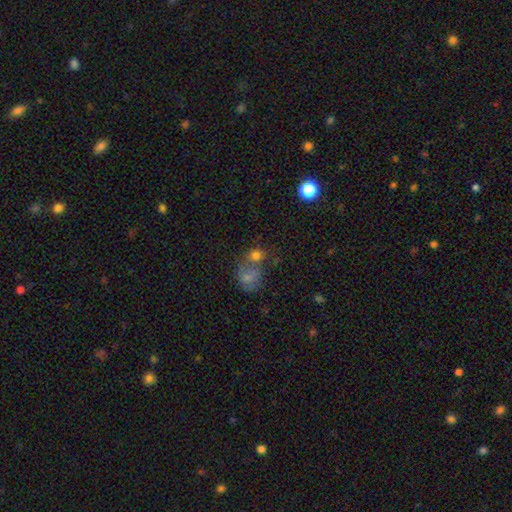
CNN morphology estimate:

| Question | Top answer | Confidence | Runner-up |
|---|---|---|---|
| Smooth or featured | smooth | 72% | star or artifact (16%) |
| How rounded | round | 71% | in between (28%) |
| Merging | merger | 51% | none (35%) |